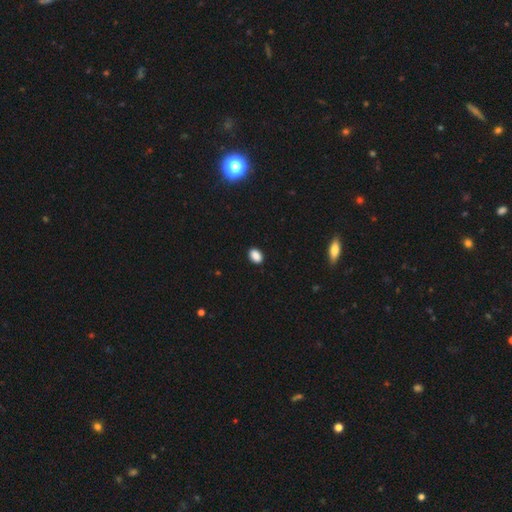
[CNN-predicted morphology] This appears to be a smooth galaxy with no disk features (88%) that is in between round and cigar-shaped (83%). Merging: none (89%).